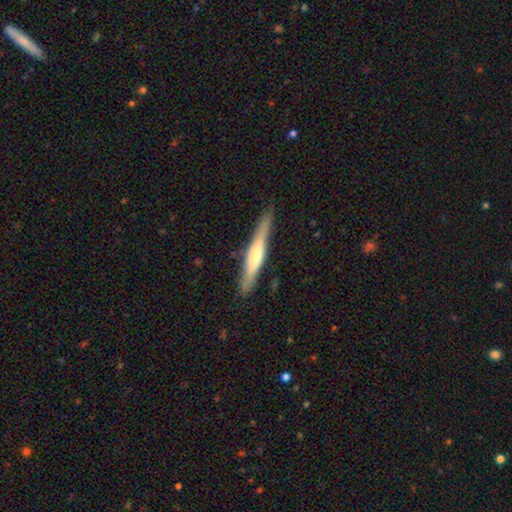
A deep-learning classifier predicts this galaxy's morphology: This appears to be a featured or disk galaxy (53%) viewed edge-on (93%). Merging: none (85%).